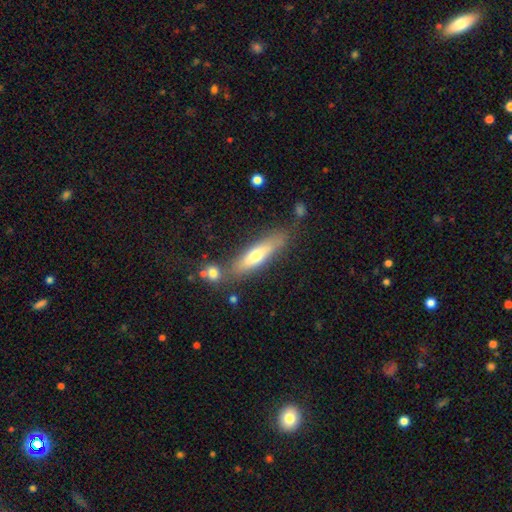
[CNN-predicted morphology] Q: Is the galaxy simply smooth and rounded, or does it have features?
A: smooth — 54%.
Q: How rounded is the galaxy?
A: cigar-shaped — 70%.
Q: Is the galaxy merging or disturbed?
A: none — 69%.